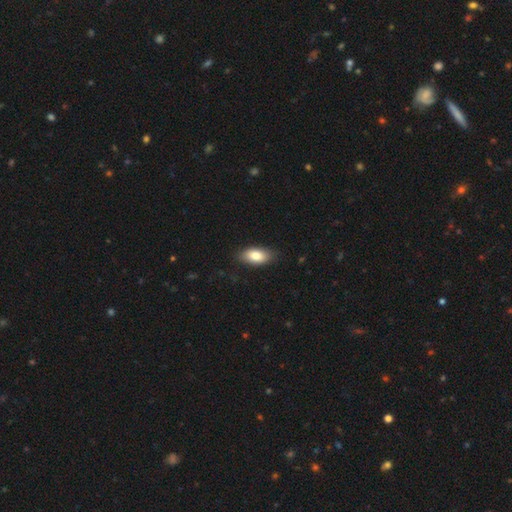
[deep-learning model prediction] smooth-or-featured: smooth: 82% | featured or disk: 11% | star or artifact: 6%
  how-rounded: in between: 91% | cigar-shaped: 5% | round: 4%
  merging: none: 83% | minor disturbance: 13% | major disturbance: 3% | merger: 1%